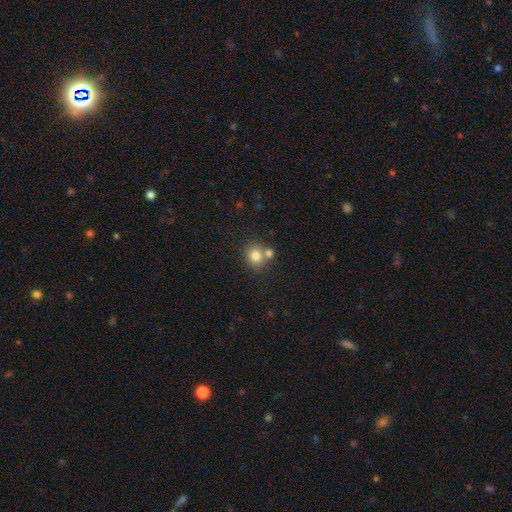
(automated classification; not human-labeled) Smooth or featured?
  - smooth: 79% *
  - star or artifact: 11%
  - featured or disk: 9%
How rounded?
  - round: 79% *
  - in between: 20%
  - cigar-shaped: 1%
Merging?
  - none: 59% *
  - merger: 29%
  - minor disturbance: 9%
  - major disturbance: 3%